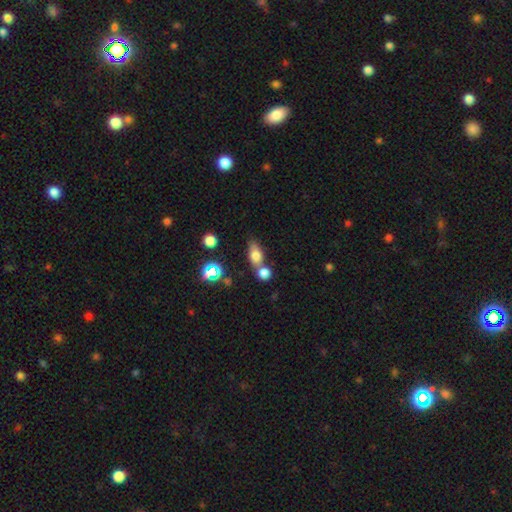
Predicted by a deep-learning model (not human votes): Smooth or featured: smooth — 74% (star or artifact — 13%)
How rounded: in between — 70% (round — 22%)
Merging: none — 43% (merger — 41%)